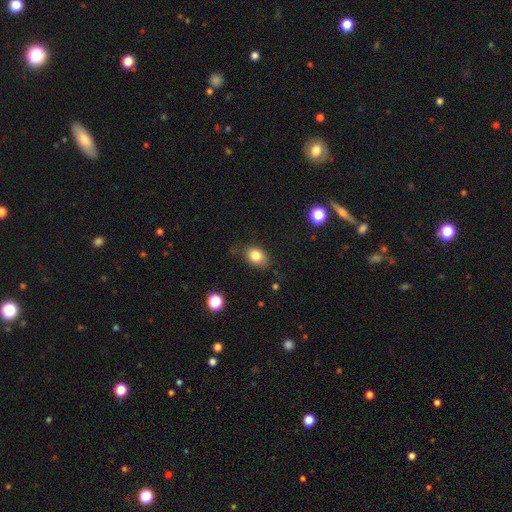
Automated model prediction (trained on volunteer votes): smooth_or_featured: smooth (p=0.81) [alt: star or artifact p=0.10]
how_rounded: in between (p=0.64) [alt: round p=0.35]
merging: none (p=0.77) [alt: minor disturbance p=0.17]